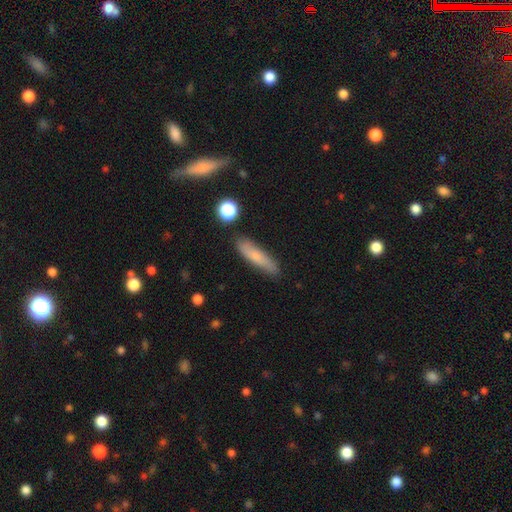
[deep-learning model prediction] This appears to be a smooth galaxy with no disk features (69%) that is cigar-shaped (77%). Merging: none (81%).